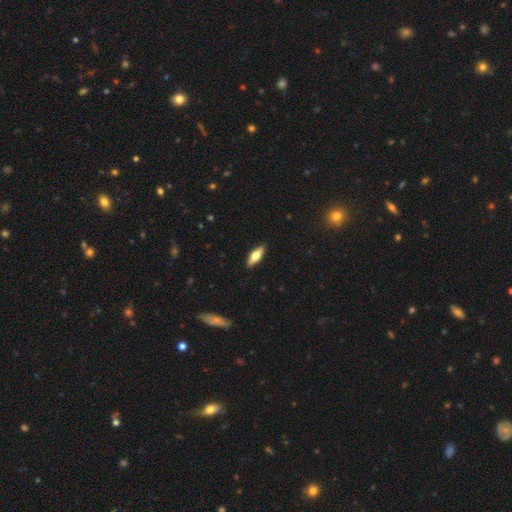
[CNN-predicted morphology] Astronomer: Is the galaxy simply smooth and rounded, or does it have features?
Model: smooth — 54% (runner-up: featured or disk, 40%).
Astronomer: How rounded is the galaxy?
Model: in between — 57% (runner-up: cigar-shaped, 40%).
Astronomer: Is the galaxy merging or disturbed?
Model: none — 90%.